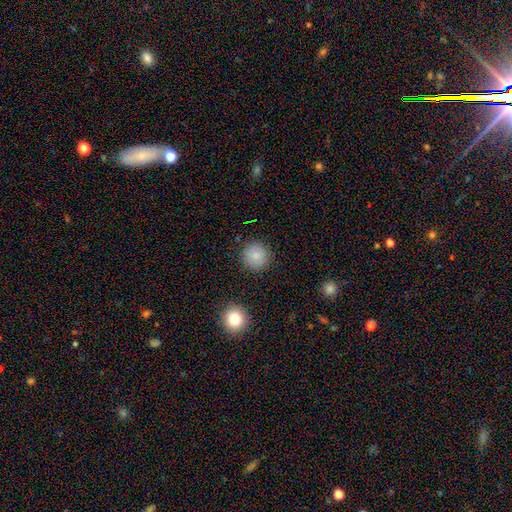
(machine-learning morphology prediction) Q: Smooth or featured?
A: smooth (86%); runner-up: star or artifact (9%)
Q: How rounded?
A: round (94%); runner-up: in between (5%)
Q: Merging?
A: none (89%); runner-up: minor disturbance (7%)